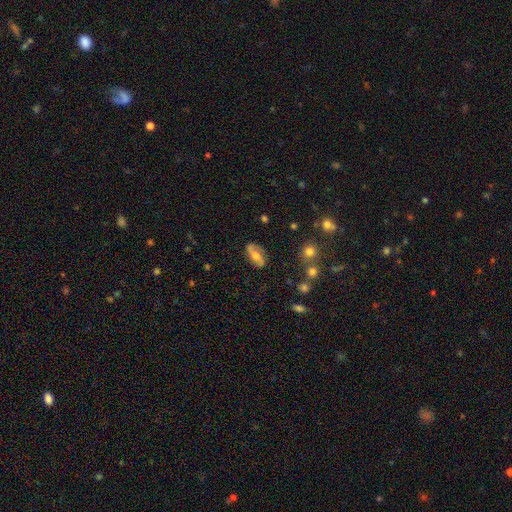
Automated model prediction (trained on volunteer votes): featured or disk 57%, smooth 35%, star or artifact 8%. Down the decision tree: edge-on disk — no (90%); bar — no (42%); spiral arms — yes (80%); bulge size — moderate (64%); merging — none (80%).